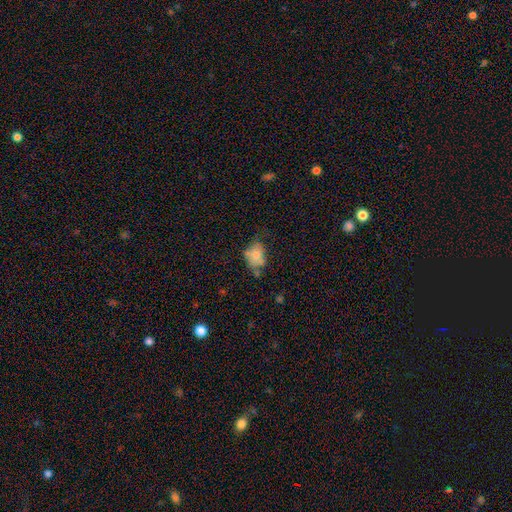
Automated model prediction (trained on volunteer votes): This appears to be a smooth galaxy with no disk features (69%) that is in between round and cigar-shaped (66%). Merging: none (44%).